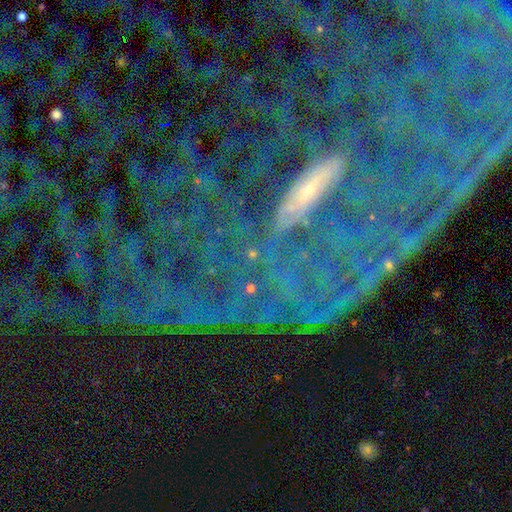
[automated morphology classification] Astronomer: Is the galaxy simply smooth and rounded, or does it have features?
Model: featured or disk — 44%, tied with star or artifact at 44%.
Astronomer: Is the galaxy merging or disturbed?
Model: none — 63%.